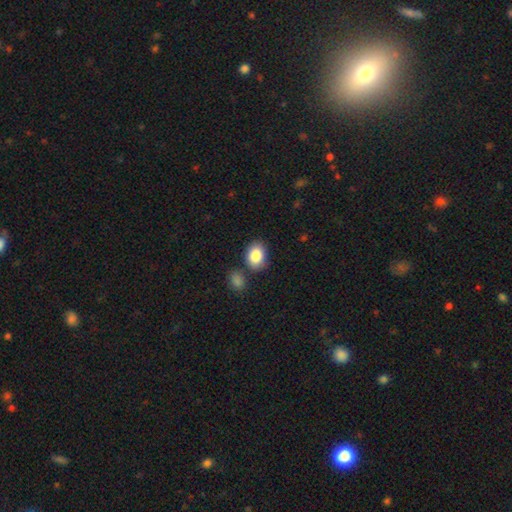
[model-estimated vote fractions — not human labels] This appears to be a smooth galaxy with no disk features (86%) that is in between round and cigar-shaped (67%). Merging: none (72%).